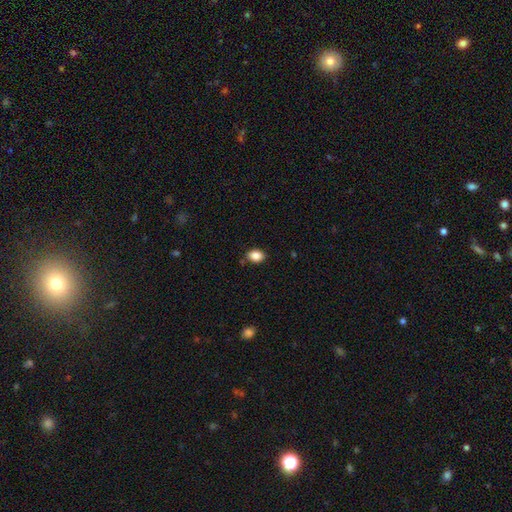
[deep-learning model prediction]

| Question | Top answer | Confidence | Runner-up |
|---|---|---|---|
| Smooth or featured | smooth | 87% | star or artifact (9%) |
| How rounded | in between | 77% | round (22%) |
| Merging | none | 83% | minor disturbance (12%) |